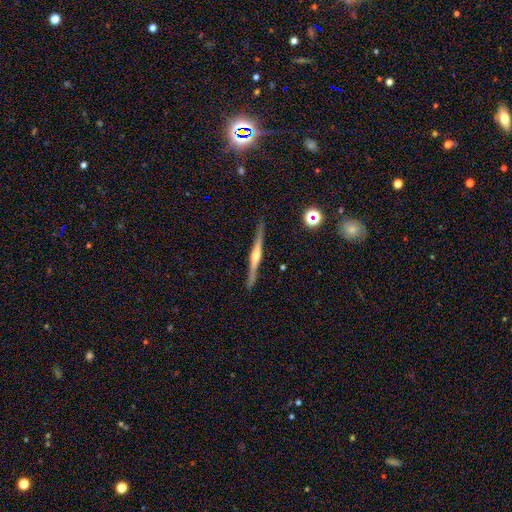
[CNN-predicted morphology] This appears to be a featured or disk galaxy (79%) viewed edge-on (98%) with a rounded central bulge (84%). Merging: none (89%).